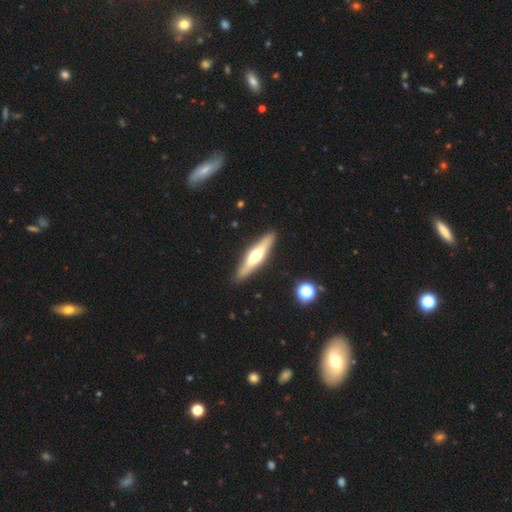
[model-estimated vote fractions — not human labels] Q: Smooth or featured?
A: featured or disk (59%); runner-up: smooth (36%)
Q: Edge-on disk?
A: yes (93%); runner-up: no (7%)
Q: Edge-on bulge?
A: rounded (89%); runner-up: boxy (6%)
Q: Merging?
A: none (90%); runner-up: minor disturbance (7%)